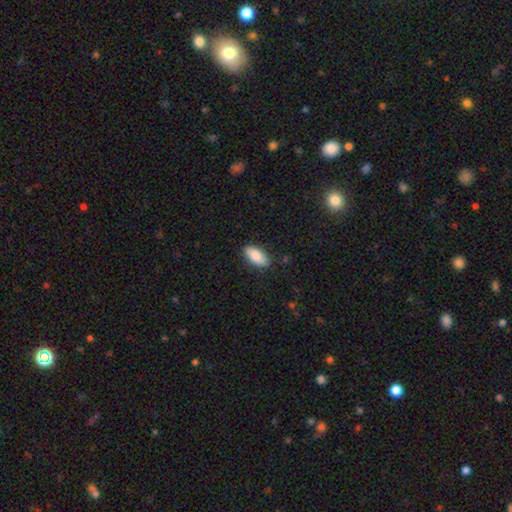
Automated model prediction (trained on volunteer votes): smooth_or_featured: smooth (p=0.83) [alt: featured or disk p=0.10]
how_rounded: in between (p=0.89) [alt: cigar-shaped p=0.09]
merging: none (p=0.85) [alt: minor disturbance p=0.12]